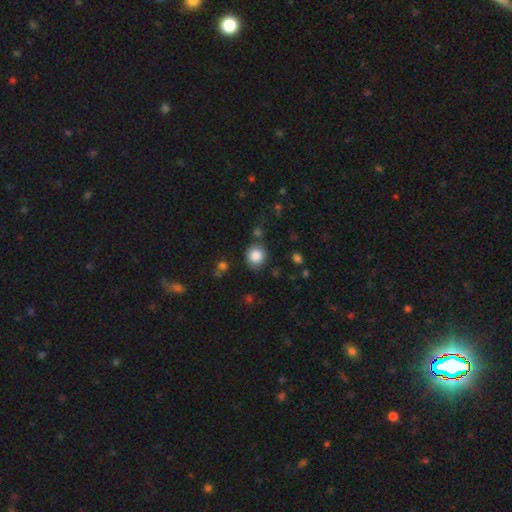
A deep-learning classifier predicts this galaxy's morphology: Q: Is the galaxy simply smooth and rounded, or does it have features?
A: smooth — 86%.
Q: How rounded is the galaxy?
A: round — 84%.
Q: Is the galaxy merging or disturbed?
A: none — 80%.